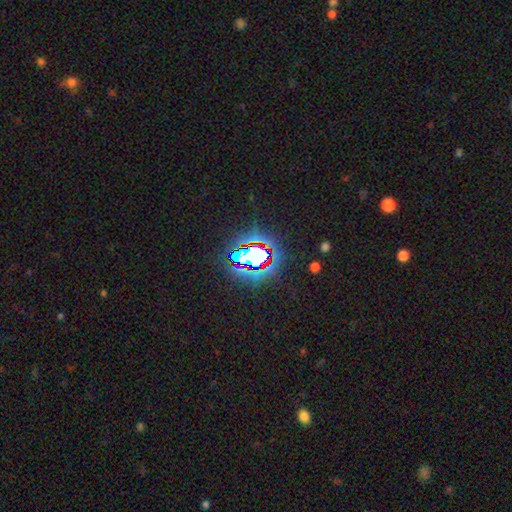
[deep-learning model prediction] Smooth or featured?
  - star or artifact: 69% *
  - smooth: 19%
  - featured or disk: 12%